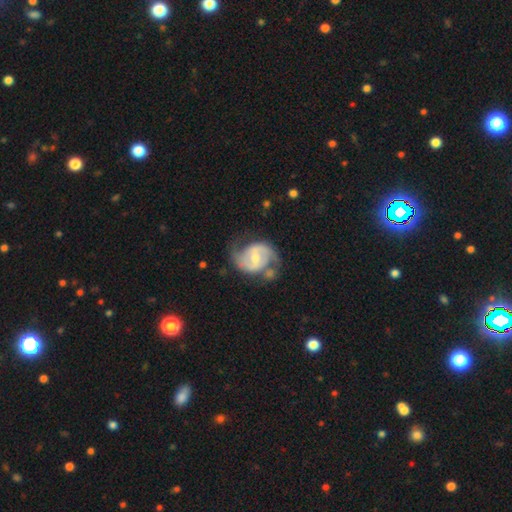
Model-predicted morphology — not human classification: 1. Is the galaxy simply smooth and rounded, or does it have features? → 84% featured or disk, 11% smooth, 5% star or artifact.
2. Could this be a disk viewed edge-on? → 98% no, 2% yes.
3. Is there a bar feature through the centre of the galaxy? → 51% weak, 32% no, 17% strong.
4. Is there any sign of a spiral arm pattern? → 94% yes, 6% no.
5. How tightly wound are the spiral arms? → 52% medium, 25% tight, 23% loose.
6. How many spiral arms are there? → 88% 2, 6% can't tell, 2% 1, 2% 3, 1% 4, 1% more than 4.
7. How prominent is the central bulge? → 53% moderate, 40% small, 3% large, 3% none, 1% dominant.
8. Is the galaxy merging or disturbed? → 59% none, 22% minor disturbance, 12% major disturbance, 8% merger.